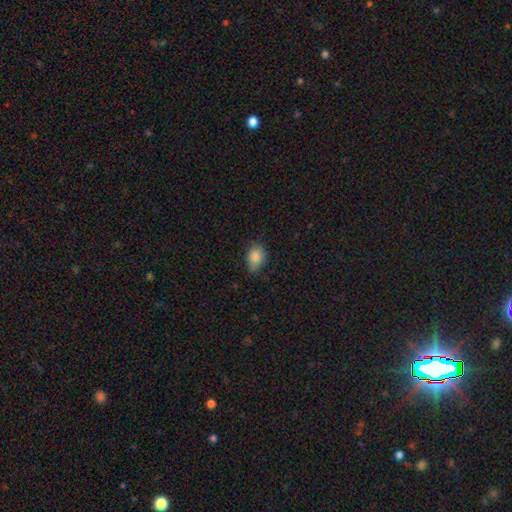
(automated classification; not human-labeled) Smooth or featured? Predicted: smooth (p=0.86). How rounded? Predicted: in between (p=0.75). Merging? Predicted: none (p=0.64).